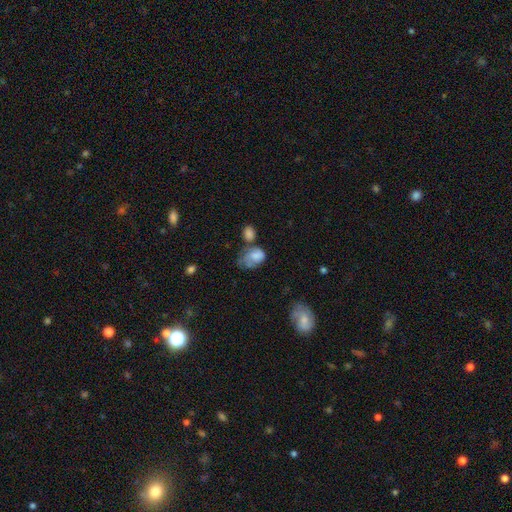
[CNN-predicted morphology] A smooth galaxy with no disk features (68%) that is in between round and cigar-shaped (75%). Merging: minor disturbance (29%).